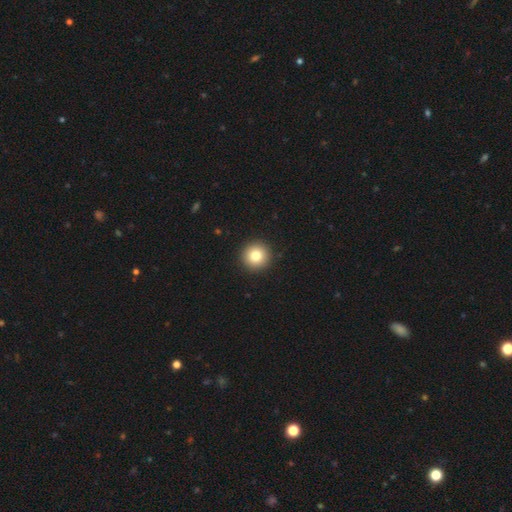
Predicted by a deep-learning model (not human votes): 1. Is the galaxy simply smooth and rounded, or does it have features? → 82% smooth, 10% star or artifact, 9% featured or disk.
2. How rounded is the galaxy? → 96% round, 3% in between, 1% cigar-shaped.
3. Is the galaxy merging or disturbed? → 93% none, 4% minor disturbance, 2% major disturbance, 1% merger.